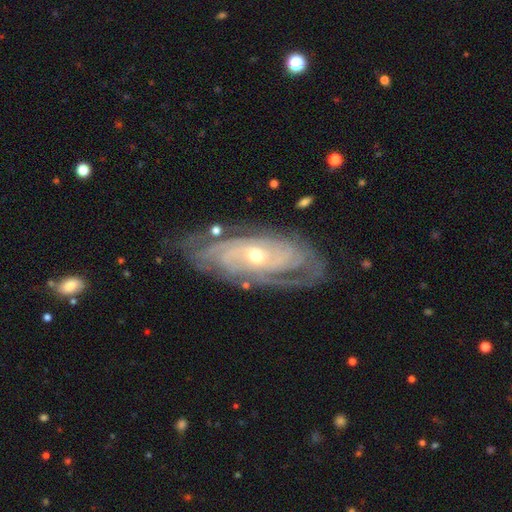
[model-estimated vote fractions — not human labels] A featured or disk galaxy (87%) with no bar (72%), tight (73%) spiral arms (95%) and a small central bulge (49%). Merging: none (74%).